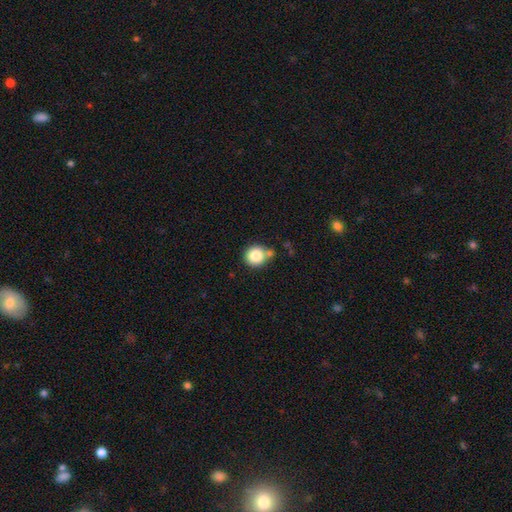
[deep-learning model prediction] Smooth or featured?
  - smooth: 84% *
  - star or artifact: 10%
  - featured or disk: 6%
How rounded?
  - round: 92% *
  - in between: 7%
  - cigar-shaped: 1%
Merging?
  - none: 70% *
  - minor disturbance: 13%
  - merger: 13%
  - major disturbance: 4%